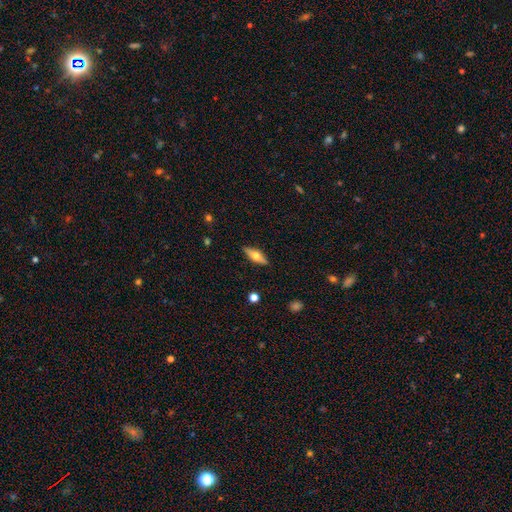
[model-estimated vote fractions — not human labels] Q: Smooth or featured?
A: featured or disk (50%); runner-up: smooth (44%)
Q: Merging?
A: none (88%); runner-up: minor disturbance (9%)